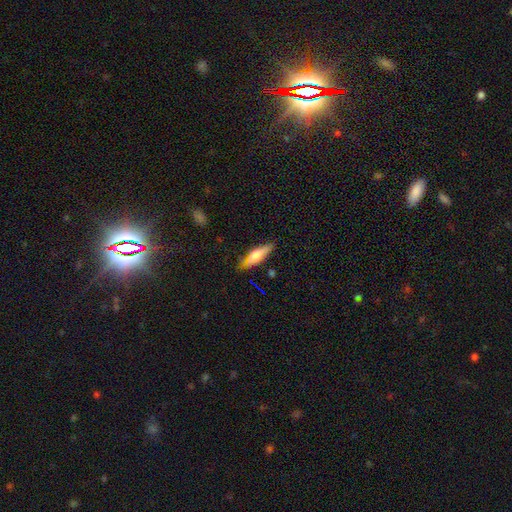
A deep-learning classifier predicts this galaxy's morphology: Smooth or featured? smooth (53%)
How rounded? cigar-shaped (60%)
Merging? none (72%)